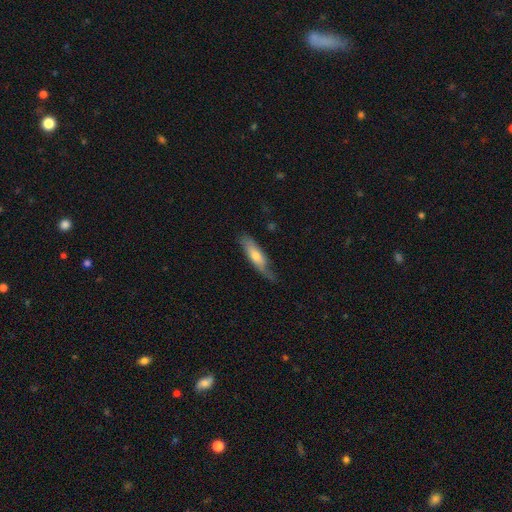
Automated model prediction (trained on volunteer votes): This is possibly a smooth galaxy (58%). How rounded: likely cigar-shaped (63%). Merging: possibly none (57%).